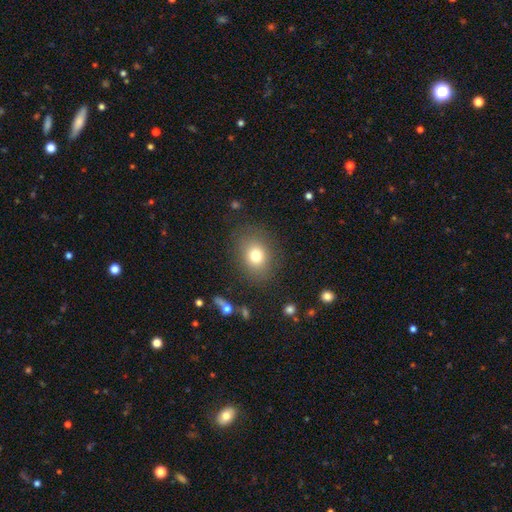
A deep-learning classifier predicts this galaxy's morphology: Smooth or featured? smooth (76%)
How rounded? round (50%)
Merging? none (81%)